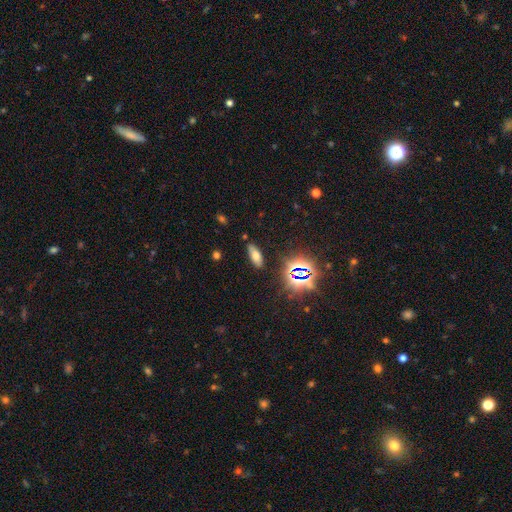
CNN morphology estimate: Overall: smooth (61%; star or artifact 24%). How rounded: in between (77%). Merging: none (84%).